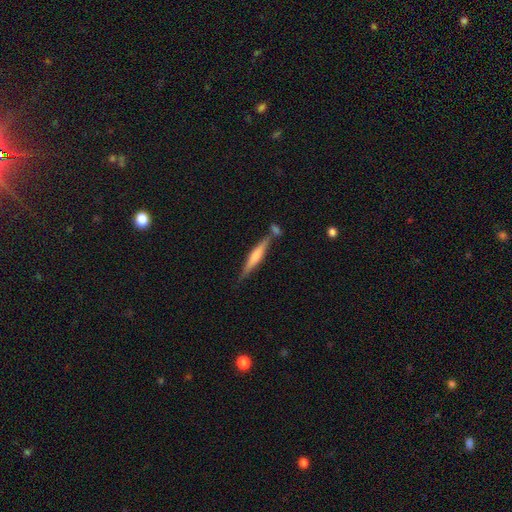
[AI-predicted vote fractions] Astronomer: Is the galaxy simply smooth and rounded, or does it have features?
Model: featured or disk — 48% (runner-up: smooth, 47%).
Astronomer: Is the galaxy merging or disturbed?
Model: none — 69%.